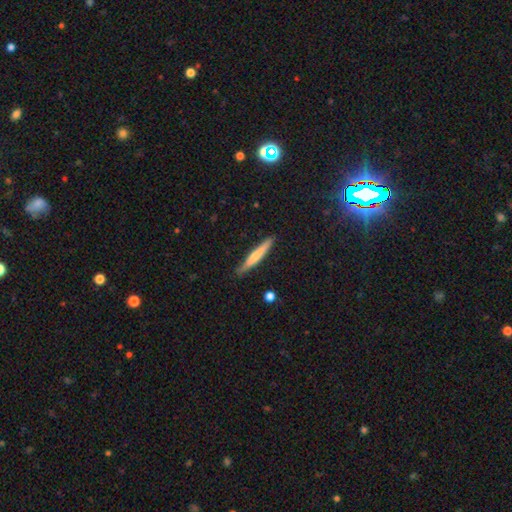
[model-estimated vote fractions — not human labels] Overall: smooth (59%; featured or disk 35%). How rounded: cigar-shaped (95%). Merging: none (87%).